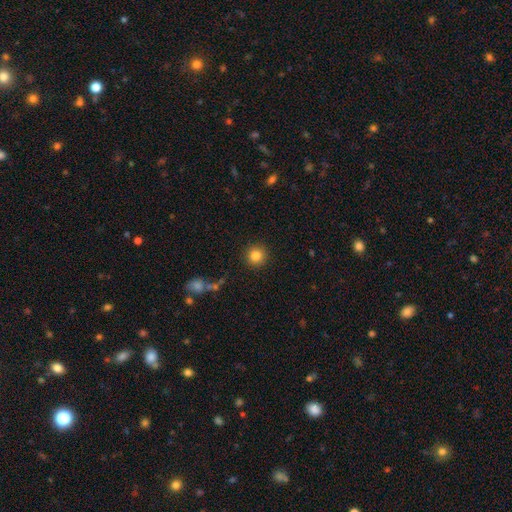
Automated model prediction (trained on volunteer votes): This is clearly a smooth galaxy (84%). How rounded: clearly round (94%). Merging: clearly none (90%).